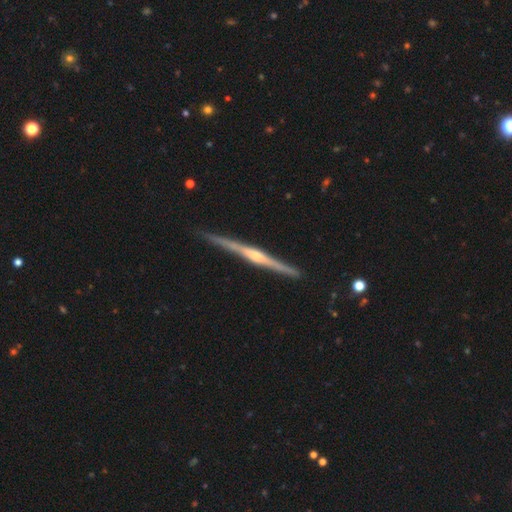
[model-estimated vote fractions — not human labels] Morphology: type=featured or disk (85%); edge-on=yes (98%); edge-on bulge=rounded (75%); merging=none (89%).